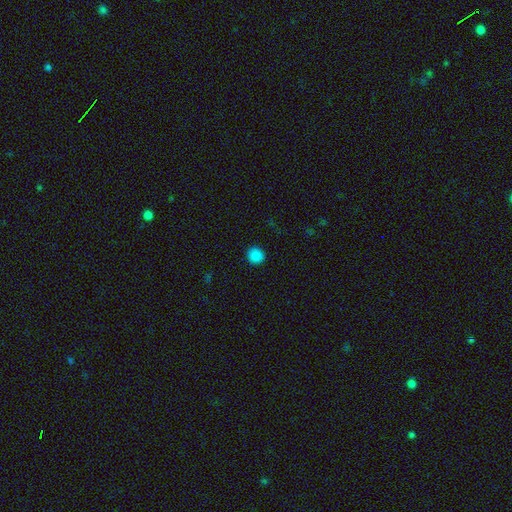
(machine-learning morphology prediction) smooth-or-featured: smooth: 87% | star or artifact: 11% | featured or disk: 2%
  how-rounded: round: 91% | in between: 8% | cigar-shaped: 1%
  merging: none: 92% | minor disturbance: 6% | major disturbance: 2% | merger: 1%